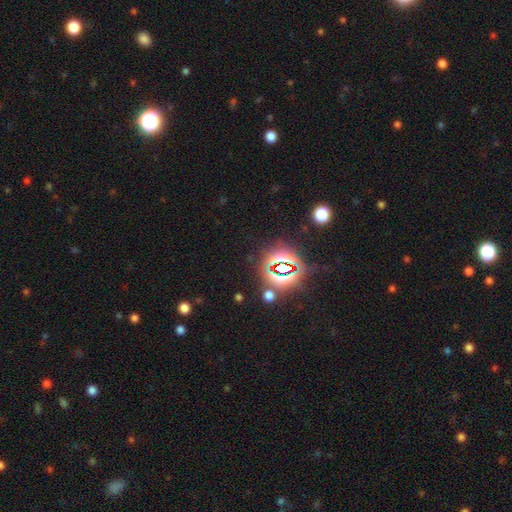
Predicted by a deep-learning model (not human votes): The model was most divided on "smooth or featured": star or artifact: 81%, smooth: 11%, featured or disk: 7%.